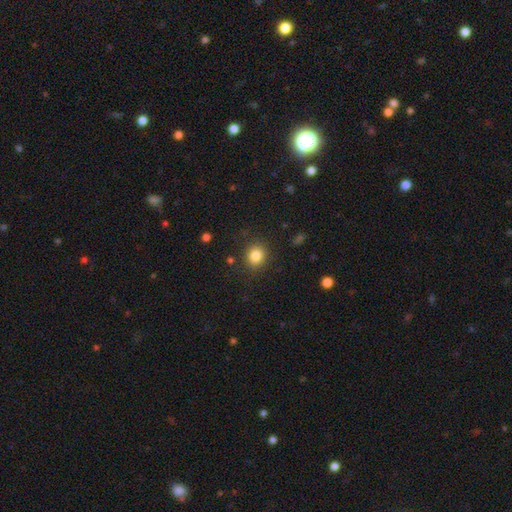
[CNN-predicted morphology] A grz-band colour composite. It shows a smooth galaxy with no disk features (84%) that is round (76%). Merging: none (87%).